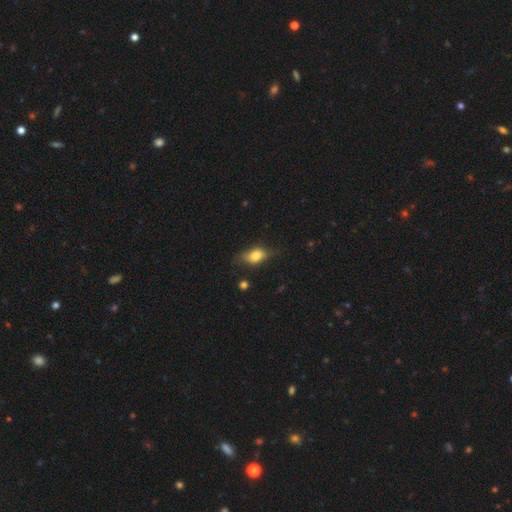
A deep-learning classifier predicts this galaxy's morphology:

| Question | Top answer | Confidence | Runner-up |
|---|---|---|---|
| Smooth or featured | smooth | 71% | featured or disk (21%) |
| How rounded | in between | 78% | round (14%) |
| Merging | none | 63% | minor disturbance (27%) |